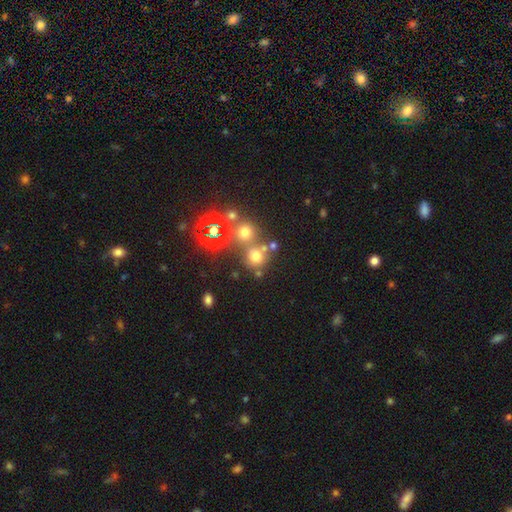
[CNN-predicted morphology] Q: Smooth or featured?
A: smooth (56%); runner-up: star or artifact (33%)
Q: How rounded?
A: round (87%); runner-up: in between (12%)
Q: Merging?
A: none (60%); runner-up: merger (27%)